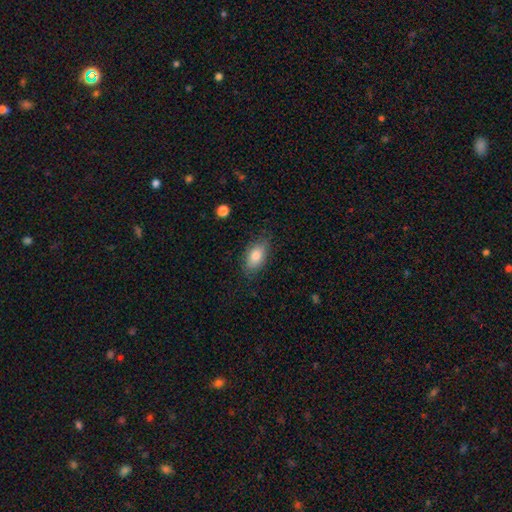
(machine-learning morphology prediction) smooth-or-featured: smooth: 81% | featured or disk: 12% | star or artifact: 7%
  how-rounded: in between: 91% | round: 5% | cigar-shaped: 4%
  merging: none: 82% | minor disturbance: 14% | major disturbance: 3% | merger: 1%